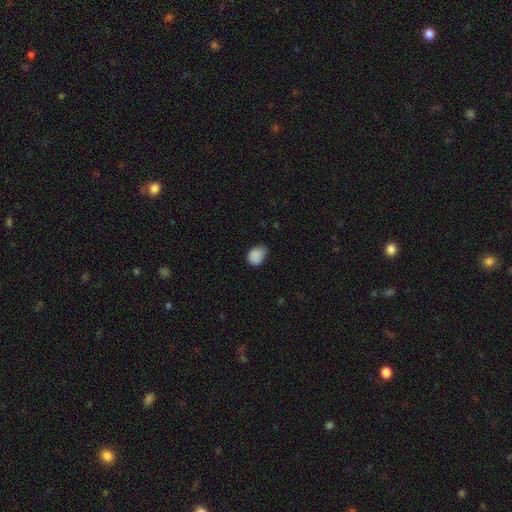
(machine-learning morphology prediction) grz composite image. It shows a smooth galaxy with no disk features (87%) that is in between round and cigar-shaped (59%). Merging: none (58%).